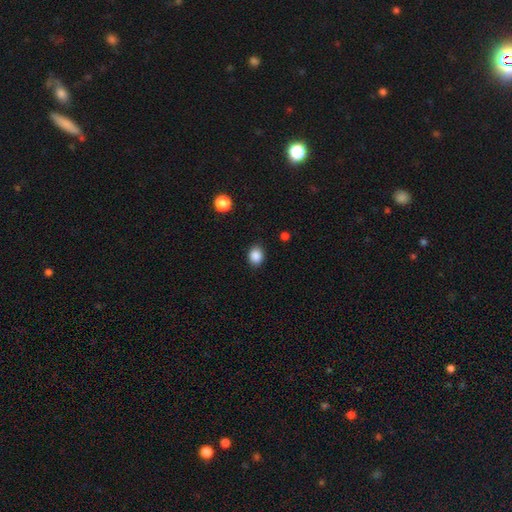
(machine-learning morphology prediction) Q: Smooth or featured?
A: smooth (87%); runner-up: star or artifact (10%)
Q: How rounded?
A: round (56%); runner-up: in between (44%)
Q: Merging?
A: none (87%); runner-up: minor disturbance (10%)